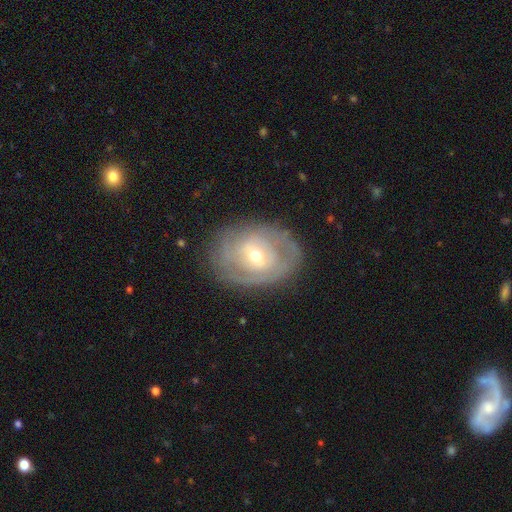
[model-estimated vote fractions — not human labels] This appears to be a featured or disk galaxy (69%) with no bar (53%), spiral arms (61%) and a moderate central bulge (55%). Merging: none (75%).